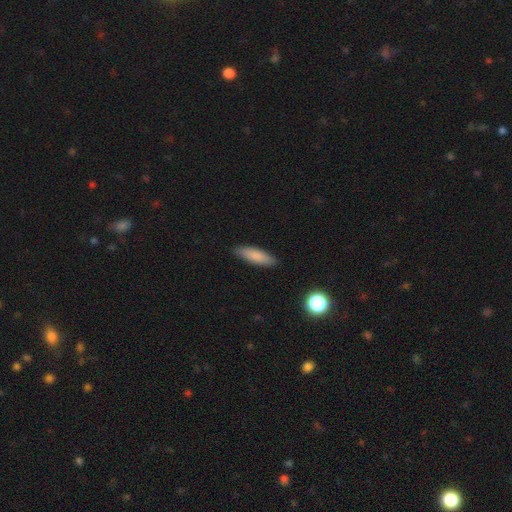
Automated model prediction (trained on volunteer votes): Morphology: type=smooth (84%); roundness=cigar-shaped (60%); merging=none (88%).